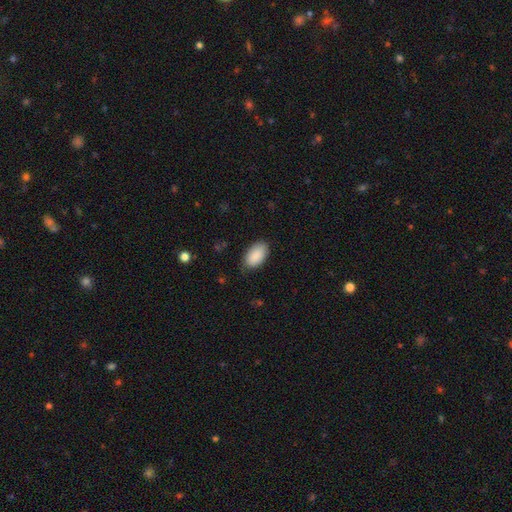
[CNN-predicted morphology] A smooth galaxy with no disk features (89%) that is in between round and cigar-shaped (95%). Merging: none (80%).